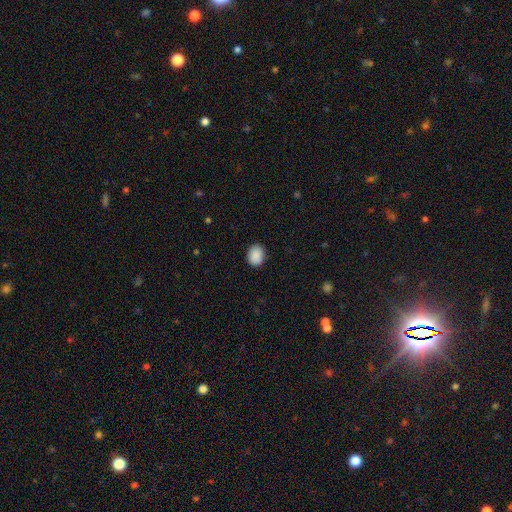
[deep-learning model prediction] This appears to be a smooth galaxy with no disk features (90%) that is in between round and cigar-shaped (57%). Merging: none (88%).